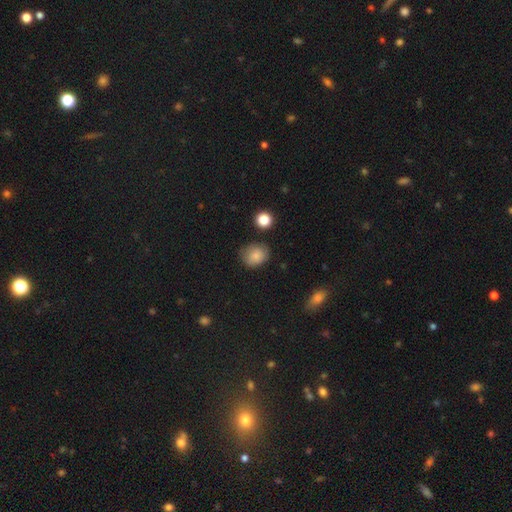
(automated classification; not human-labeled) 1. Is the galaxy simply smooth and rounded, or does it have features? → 82% smooth, 9% featured or disk, 9% star or artifact.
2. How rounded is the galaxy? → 60% round, 39% in between, 1% cigar-shaped.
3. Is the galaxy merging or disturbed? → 70% none, 23% minor disturbance, 5% major disturbance, 3% merger.